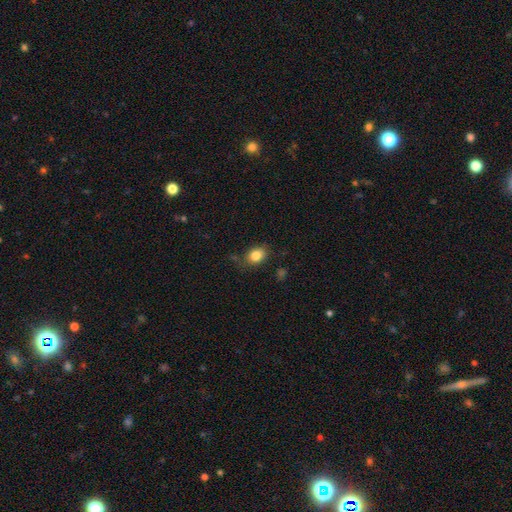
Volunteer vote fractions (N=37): Q: Smooth or featured?
A: smooth (97%); runner-up: star or artifact (3%)
Q: How rounded?
A: round (50%); tied with: in between (50%)
Q: Merging?
A: none (89%); runner-up: minor disturbance (6%)